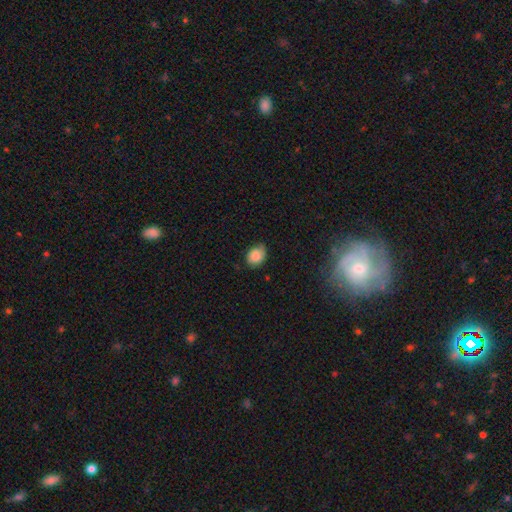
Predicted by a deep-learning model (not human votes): This is clearly a smooth galaxy (80%). How rounded: likely in between (63%). Merging: likely none (63%).